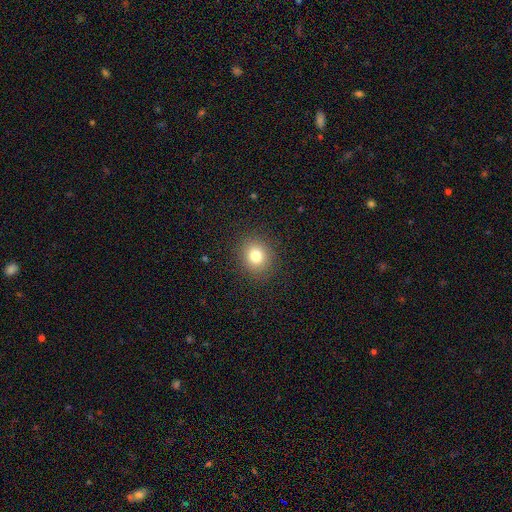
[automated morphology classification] smooth_or_featured: smooth (p=0.79) [alt: star or artifact p=0.12]
how_rounded: round (p=0.76) [alt: in between p=0.23]
merging: none (p=0.89) [alt: minor disturbance p=0.07]